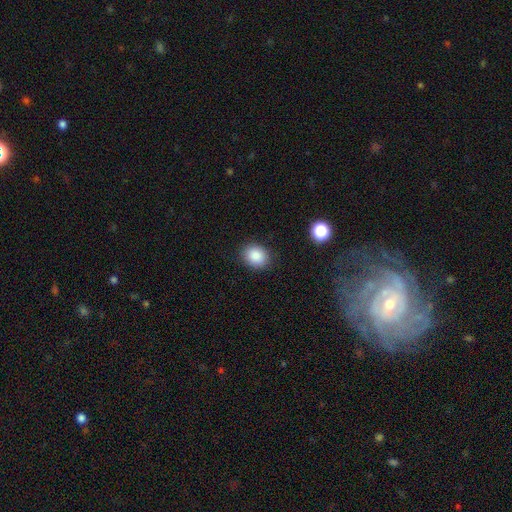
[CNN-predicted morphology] type=smooth (87%); roundness=round (52%); merging=none (88%).